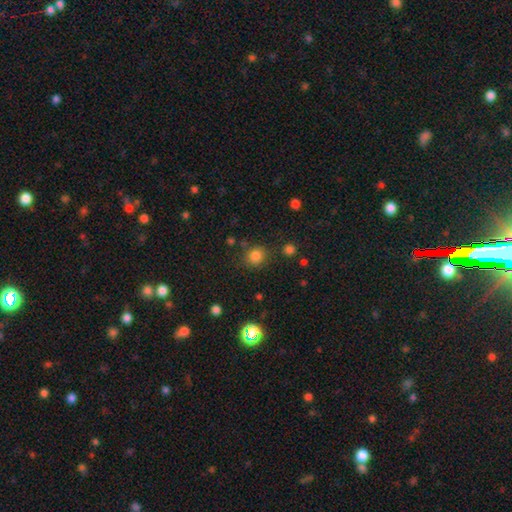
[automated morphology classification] smooth_or_featured: smooth (p=0.81) [alt: star or artifact p=0.14]
how_rounded: round (p=0.83) [alt: in between p=0.16]
merging: none (p=0.80) [alt: minor disturbance p=0.11]